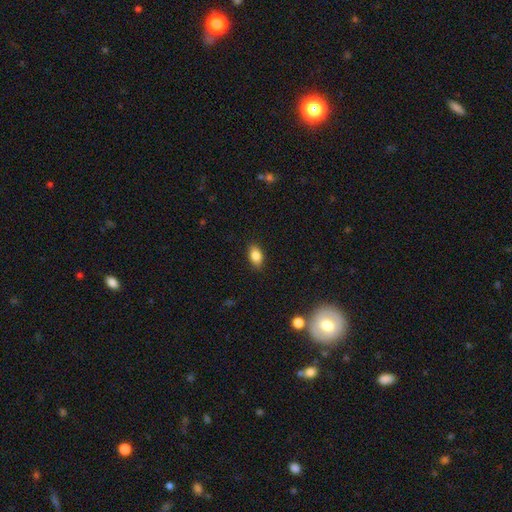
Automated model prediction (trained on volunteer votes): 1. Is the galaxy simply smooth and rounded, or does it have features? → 84% smooth, 8% star or artifact, 7% featured or disk.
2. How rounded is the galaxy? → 88% in between, 9% round, 3% cigar-shaped.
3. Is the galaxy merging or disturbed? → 88% none, 9% minor disturbance, 2% major disturbance, 1% merger.